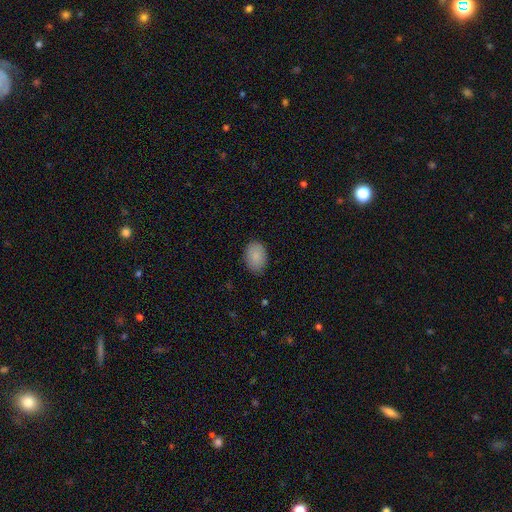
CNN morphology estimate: Overall: smooth (86%). How rounded: in between (78%). Merging: none (84%).